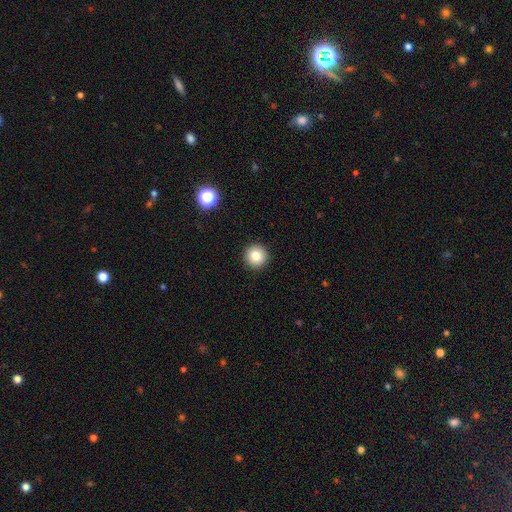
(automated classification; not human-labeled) The model was most divided on "smooth or featured": smooth: 82%, star or artifact: 11%, featured or disk: 8%. More confident: how rounded — round (96%); merging — none (93%).